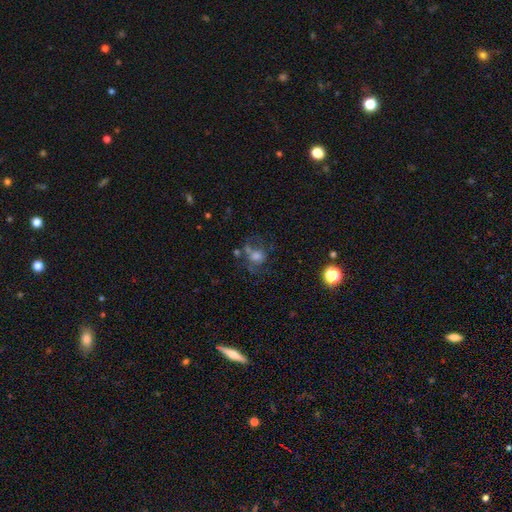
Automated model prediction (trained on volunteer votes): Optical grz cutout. It shows a smooth galaxy with no disk features (40%). Merging: none (47%).